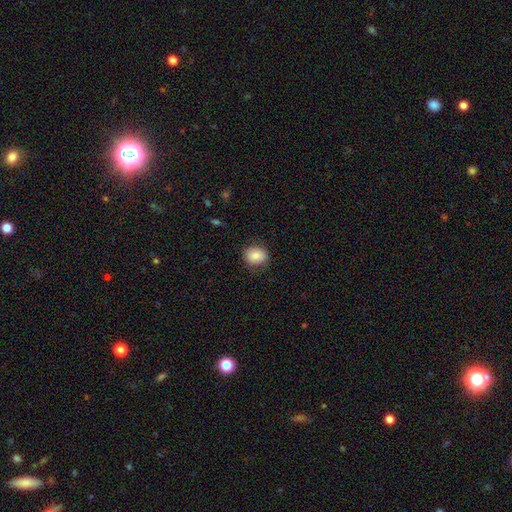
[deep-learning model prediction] Morphology: type=smooth (83%); roundness=round (57%); merging=none (81%).